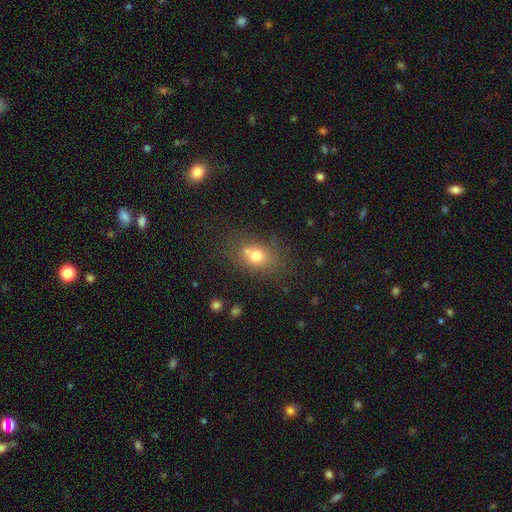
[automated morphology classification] smooth 72%, featured or disk 15%, star or artifact 13%. Down the decision tree: how rounded — in between (59%); merging — none (59%).